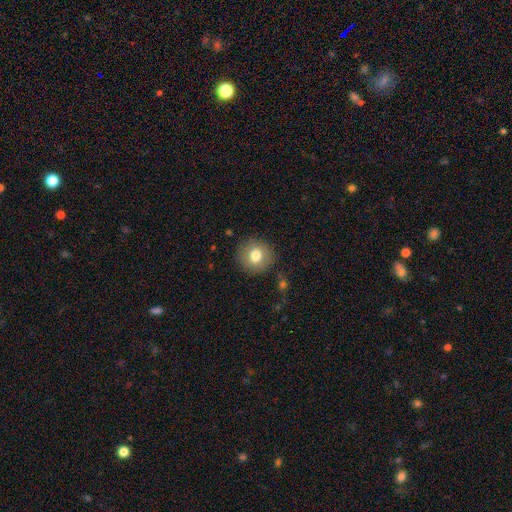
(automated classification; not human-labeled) Smooth or featured? Predicted: smooth (p=0.77). How rounded? Predicted: round (p=0.89). Merging? Predicted: none (p=0.88).